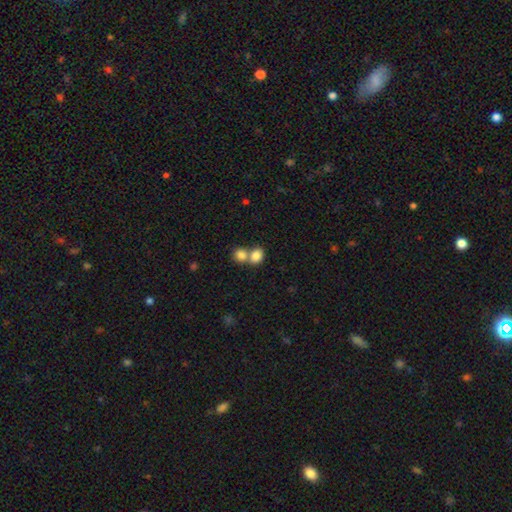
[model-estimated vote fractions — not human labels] Smooth or featured? smooth (83%)
How rounded? round (52%)
Merging? merger (56%)